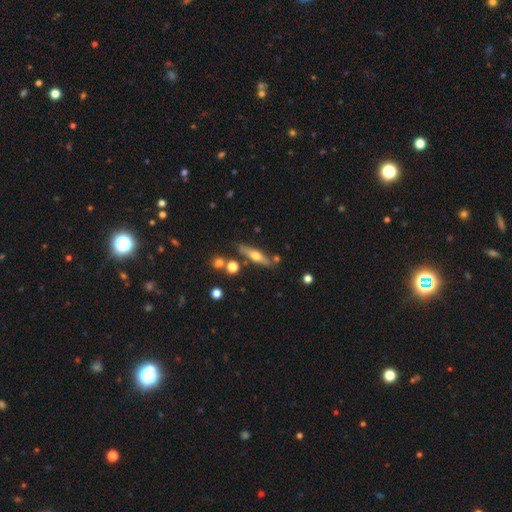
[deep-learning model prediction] Smooth or featured? Predicted: featured or disk (p=0.50). Edge-on disk? Predicted: yes (p=0.88). Merging? Predicted: none (p=0.77).